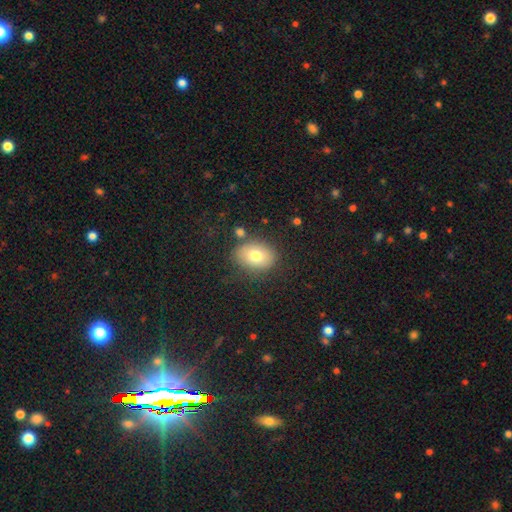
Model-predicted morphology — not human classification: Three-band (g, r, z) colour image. It shows a smooth galaxy with no disk features (75%) that is in between round and cigar-shaped (60%). Merging: none (77%).